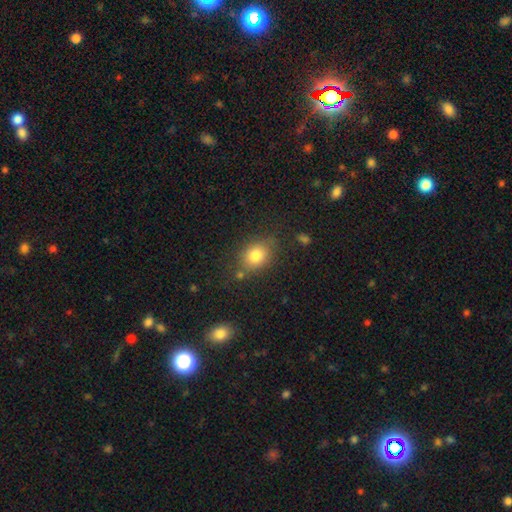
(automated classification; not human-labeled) Smooth or featured? smooth (79%)
How rounded? in between (54%)
Merging? none (74%)